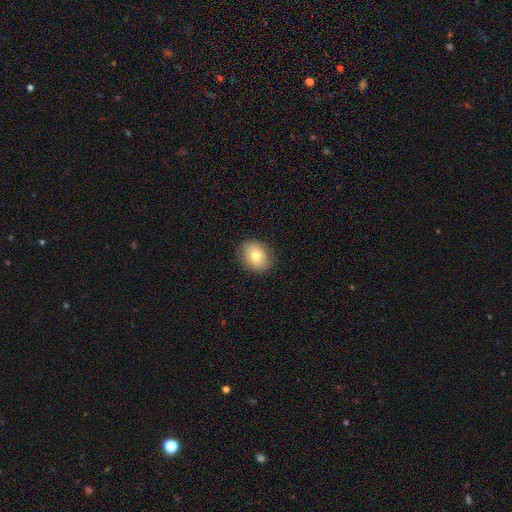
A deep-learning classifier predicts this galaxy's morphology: Smooth or featured: smooth — 76% (featured or disk — 16%)
How rounded: in between — 54% (round — 45%)
Merging: none — 84% (minor disturbance — 12%)